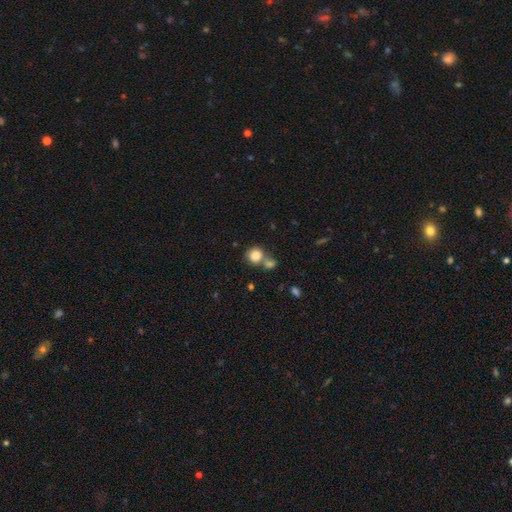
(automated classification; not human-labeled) A smooth galaxy with no disk features (84%) that is round (86%). Merging: none (53%).